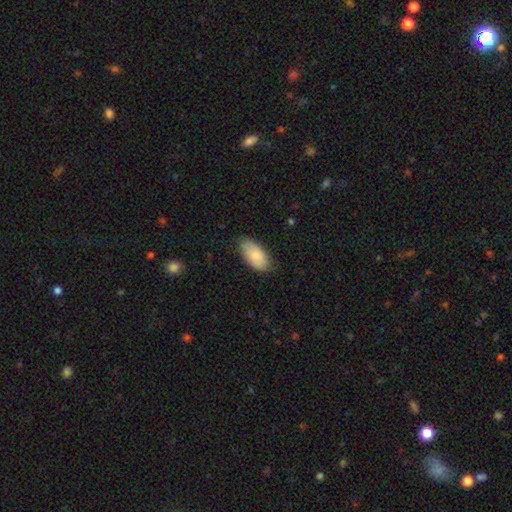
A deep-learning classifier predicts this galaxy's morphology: Smooth or featured: smooth — 84% (featured or disk — 11%)
How rounded: in between — 94% (cigar-shaped — 3%)
Merging: none — 79% (minor disturbance — 17%)